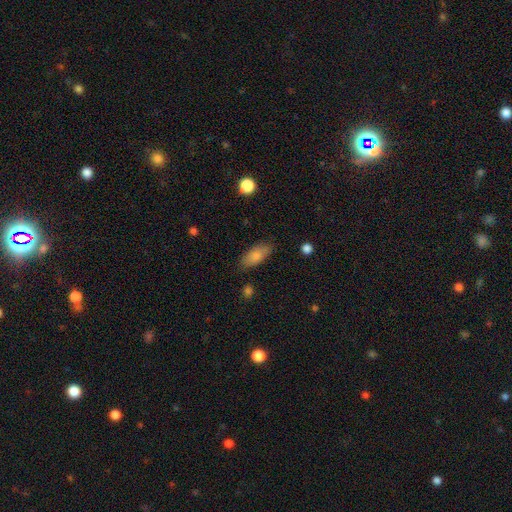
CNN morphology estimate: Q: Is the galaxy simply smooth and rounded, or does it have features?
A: smooth — 82%.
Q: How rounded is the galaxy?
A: in between — 84%.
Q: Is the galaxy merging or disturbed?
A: none — 82%.